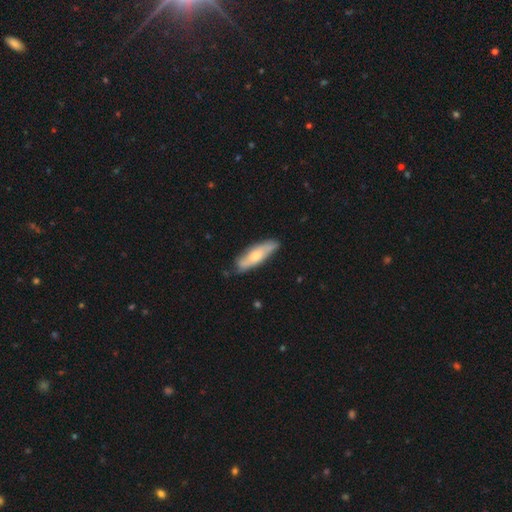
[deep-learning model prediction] A smooth galaxy with no disk features (53%) that is cigar-shaped (55%).

Vote fractions:
- Smooth or featured? smooth: 53% / featured or disk: 42% / star or artifact: 5%
- How rounded? cigar-shaped: 55% / in between: 43% / round: 2%
- Merging? none: 77% / minor disturbance: 18% / major disturbance: 3% / merger: 2%